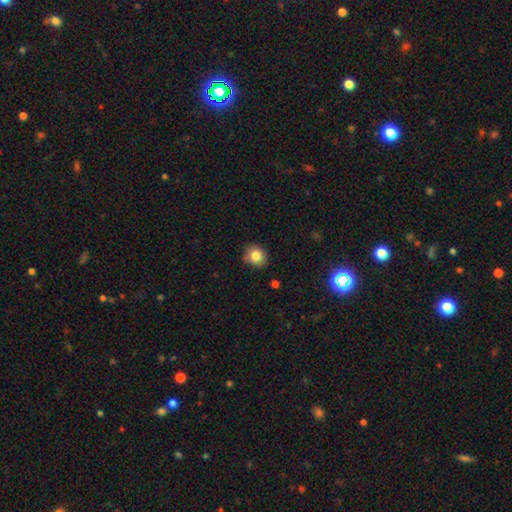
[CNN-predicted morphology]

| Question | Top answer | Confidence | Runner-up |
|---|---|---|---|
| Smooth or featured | smooth | 82% | star or artifact (11%) |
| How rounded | round | 83% | in between (16%) |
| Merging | none | 81% | minor disturbance (15%) |